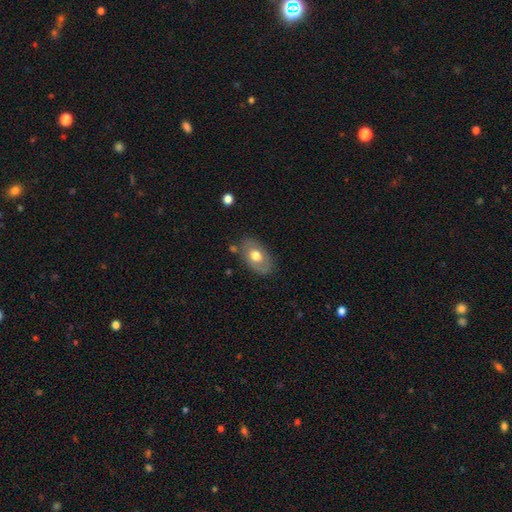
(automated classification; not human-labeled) Smooth or featured?
  - smooth: 59% *
  - featured or disk: 35%
  - star or artifact: 7%
How rounded?
  - in between: 87% *
  - round: 12%
  - cigar-shaped: 1%
Merging?
  - none: 75% *
  - minor disturbance: 17%
  - major disturbance: 5%
  - merger: 3%